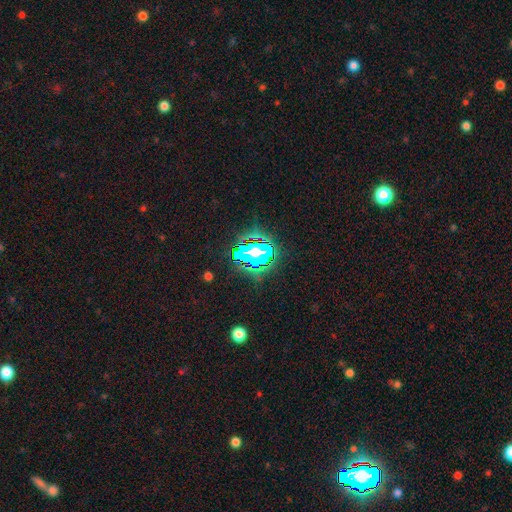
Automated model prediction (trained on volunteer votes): Smooth or featured? Predicted: star or artifact (p=0.81).